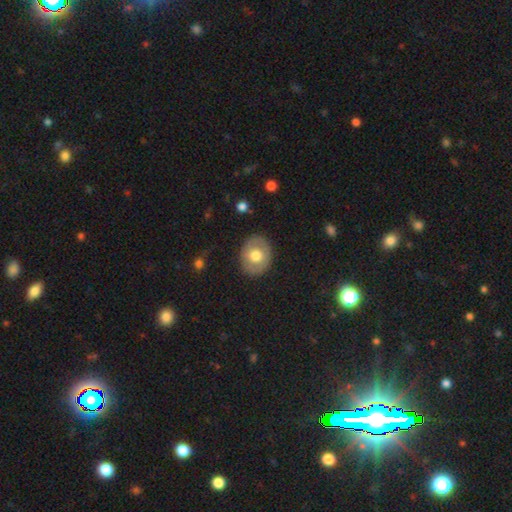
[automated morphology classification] A smooth galaxy with no disk features (62%) that is round (55%).

Vote fractions:
- Smooth or featured? smooth: 62% / featured or disk: 32% / star or artifact: 6%
- How rounded? round: 55% / in between: 44% / cigar-shaped: 1%
- Merging? none: 86% / minor disturbance: 10% / major disturbance: 3% / merger: 1%